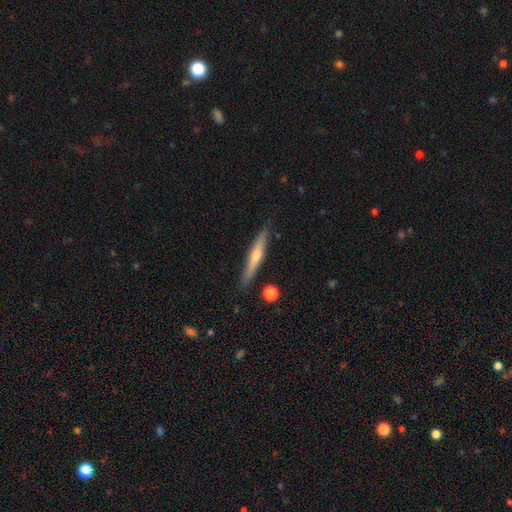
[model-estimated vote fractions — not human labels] smooth_or_featured: featured or disk (p=0.58) [alt: smooth p=0.35]
disk_edge_on: yes (p=0.95) [alt: no p=0.05]
edge_on_bulge: rounded (p=0.78) [alt: none p=0.19]
merging: none (p=0.86) [alt: minor disturbance p=0.10]